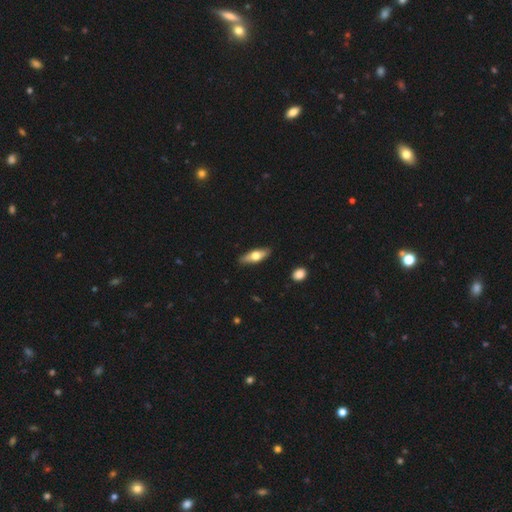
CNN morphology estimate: Smooth or featured? Predicted: smooth (p=0.58). How rounded? Predicted: in between (p=0.54). Merging? Predicted: none (p=0.87).